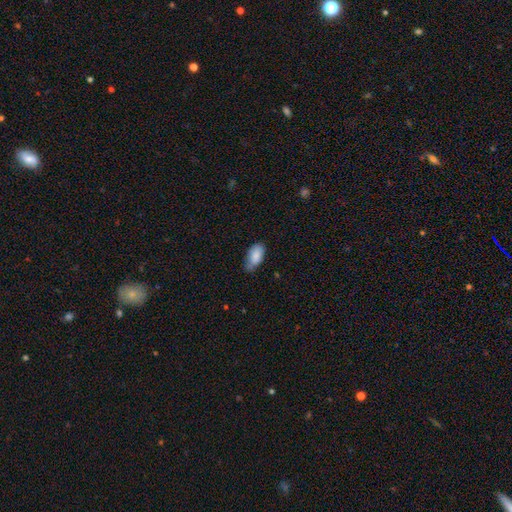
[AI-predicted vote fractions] smooth_or_featured: smooth (p=0.85) [alt: featured or disk p=0.08]
how_rounded: in between (p=0.94) [alt: cigar-shaped p=0.03]
merging: none (p=0.51) [alt: minor disturbance p=0.39]